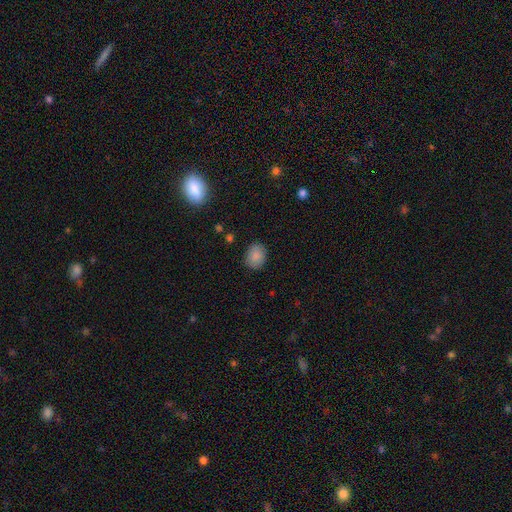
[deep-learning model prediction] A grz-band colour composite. It shows a smooth galaxy with no disk features (86%) that is in between round and cigar-shaped (51%). Merging: none (85%).